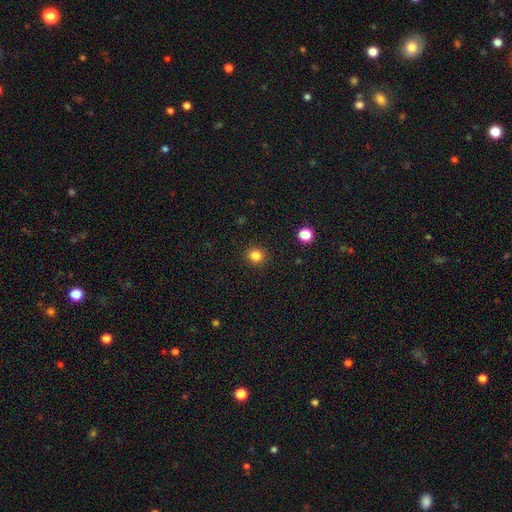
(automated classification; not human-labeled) This is clearly a smooth galaxy (83%). How rounded: clearly round (91%). Merging: clearly none (92%).